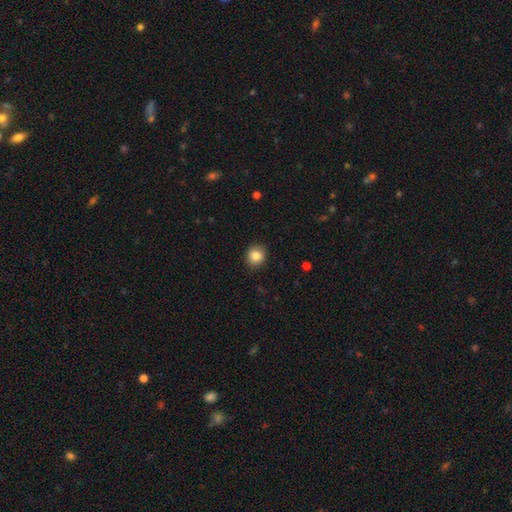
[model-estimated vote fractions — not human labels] A smooth galaxy with no disk features (85%) that is round (81%).

Vote fractions:
- Smooth or featured? smooth: 85% / star or artifact: 9% / featured or disk: 6%
- How rounded? round: 81% / in between: 18% / cigar-shaped: 1%
- Merging? none: 90% / minor disturbance: 7% / major disturbance: 2% / merger: 1%